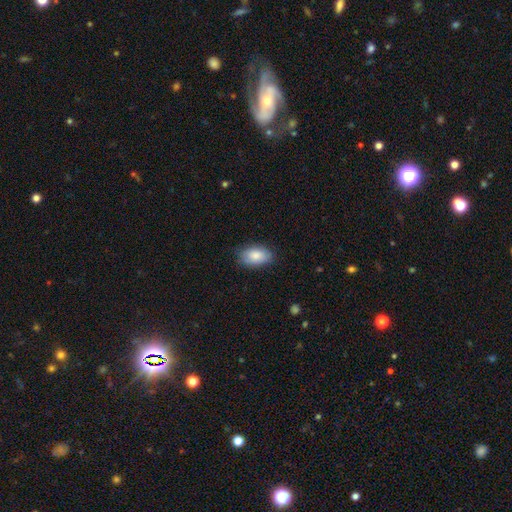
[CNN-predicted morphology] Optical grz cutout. It shows a smooth galaxy with no disk features (84%) that is in between round and cigar-shaped (92%). Merging: none (80%).